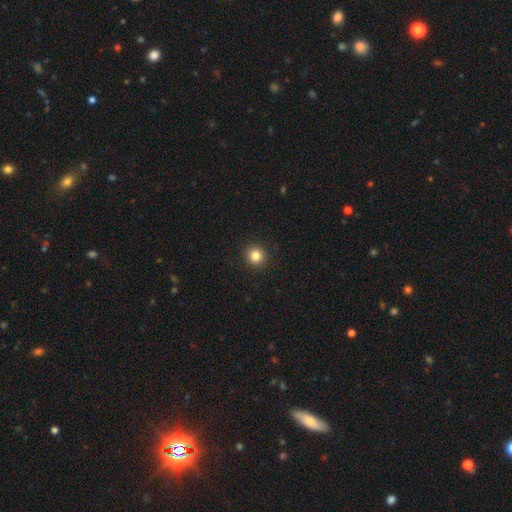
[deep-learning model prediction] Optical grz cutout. It shows a smooth galaxy with no disk features (83%) that is round (94%). Merging: none (93%).